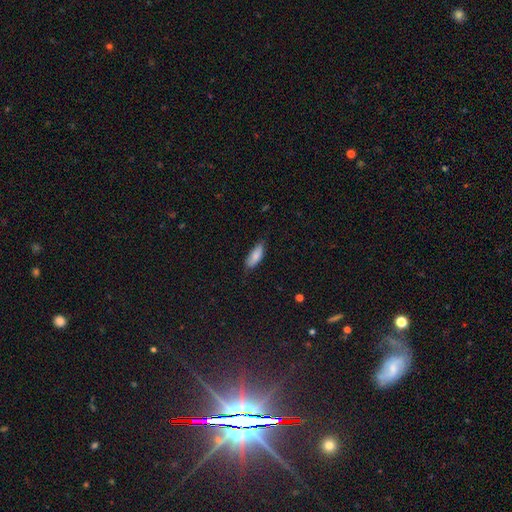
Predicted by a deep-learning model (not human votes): smooth-or-featured: smooth: 83% | featured or disk: 10% | star or artifact: 6%
  how-rounded: in between: 74% | cigar-shaped: 24% | round: 2%
  merging: none: 71% | minor disturbance: 24% | major disturbance: 4% | merger: 1%